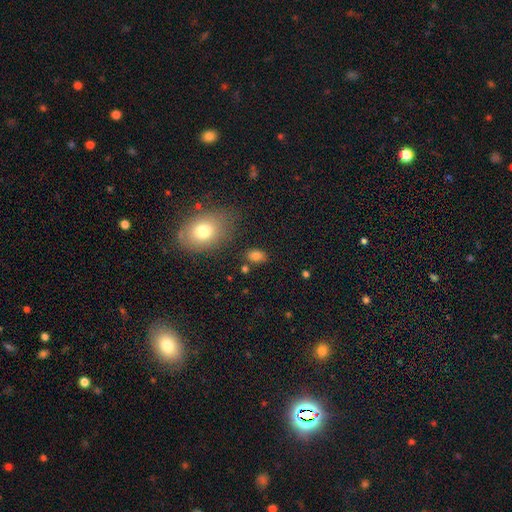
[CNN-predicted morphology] Q: Smooth or featured?
A: smooth (81%); runner-up: star or artifact (12%)
Q: How rounded?
A: in between (80%); runner-up: round (18%)
Q: Merging?
A: none (79%); runner-up: minor disturbance (12%)